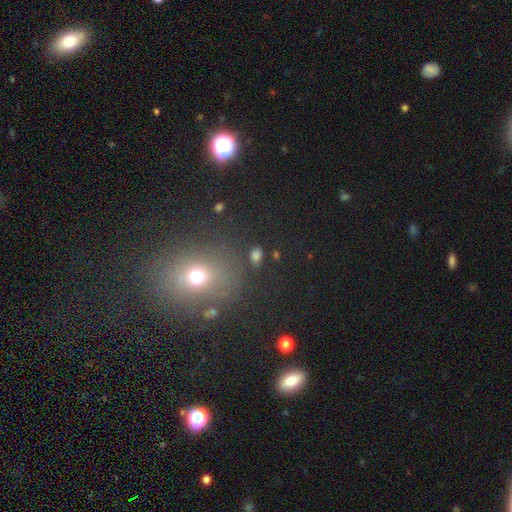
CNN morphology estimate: Smooth or featured? Predicted: smooth (p=0.56). How rounded? Predicted: round (p=0.52). Merging? Predicted: none (p=0.78).